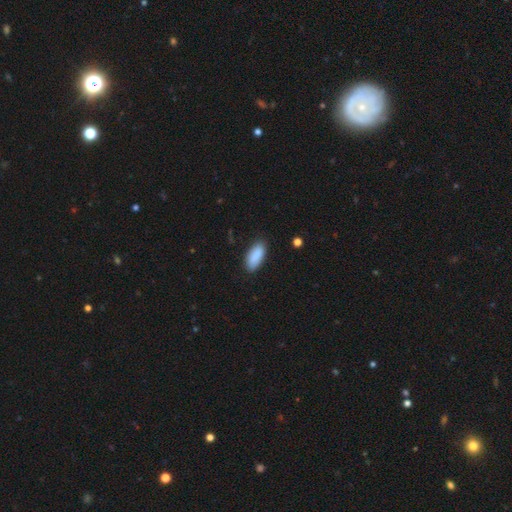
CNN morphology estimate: This is clearly a smooth galaxy (89%). How rounded: clearly in between (84%). Merging: clearly none (84%).